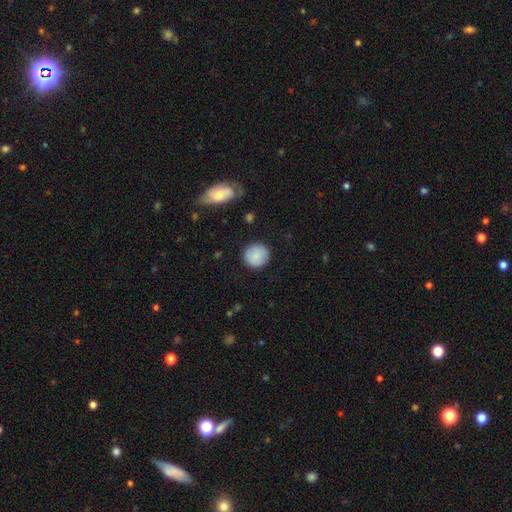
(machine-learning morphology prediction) Smooth or featured?
  - smooth: 86% *
  - featured or disk: 7%
  - star or artifact: 7%
How rounded?
  - round: 92% *
  - in between: 7%
  - cigar-shaped: 1%
Merging?
  - none: 88% *
  - minor disturbance: 8%
  - major disturbance: 2%
  - merger: 1%